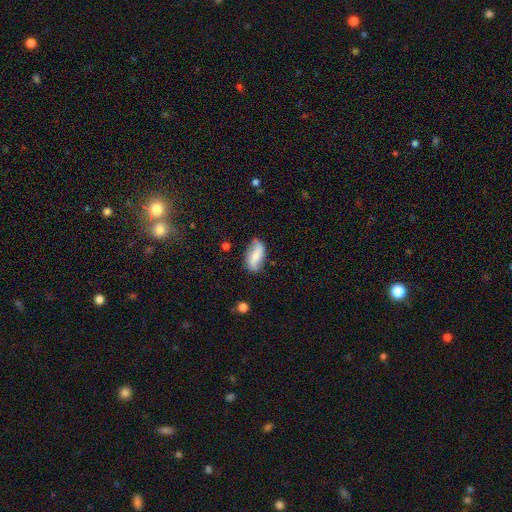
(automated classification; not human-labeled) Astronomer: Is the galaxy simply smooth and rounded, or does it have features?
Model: smooth — 57% (runner-up: featured or disk, 36%).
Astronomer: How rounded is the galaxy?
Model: in between — 88%.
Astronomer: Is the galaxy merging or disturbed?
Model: none — 69%.